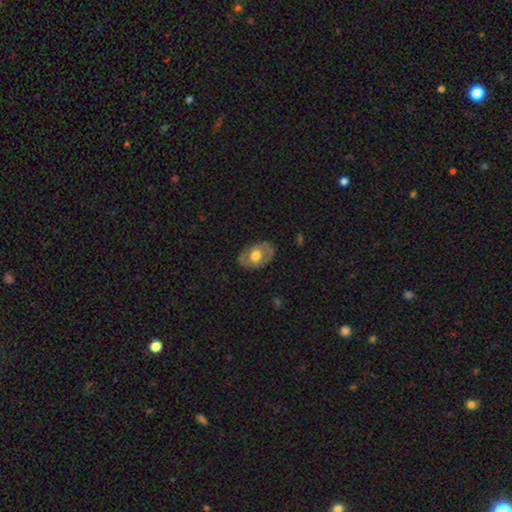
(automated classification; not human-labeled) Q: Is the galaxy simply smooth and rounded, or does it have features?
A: featured or disk — 47%.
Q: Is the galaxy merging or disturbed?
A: none — 78%.